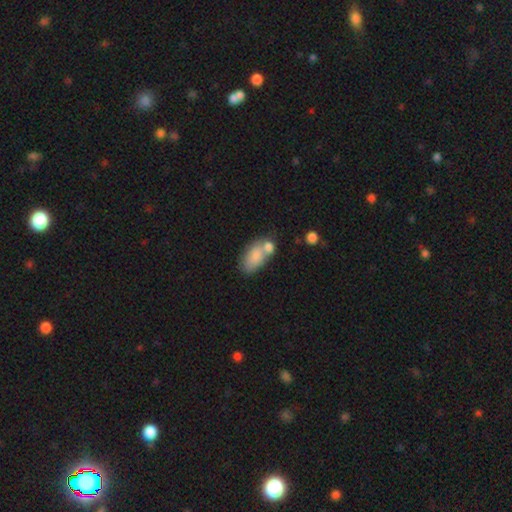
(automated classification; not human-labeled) The model was most divided on "merging": none: 40%, merger: 36%, minor disturbance: 17%, major disturbance: 7%. More confident: how rounded — in between (91%); smooth or featured — smooth (80%).